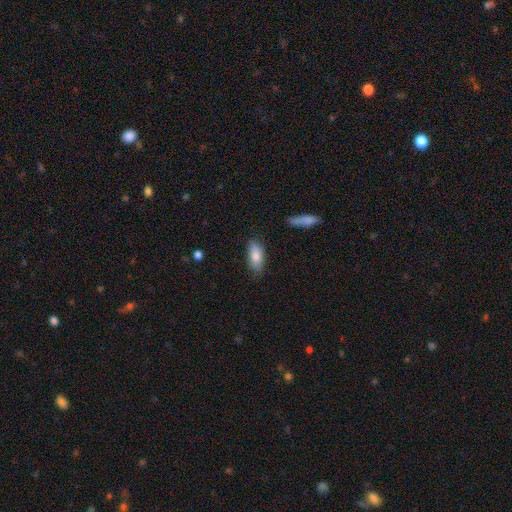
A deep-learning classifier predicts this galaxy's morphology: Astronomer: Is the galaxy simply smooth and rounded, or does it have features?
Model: smooth — 79%.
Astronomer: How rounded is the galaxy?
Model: in between — 80%.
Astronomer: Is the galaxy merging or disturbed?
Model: none — 75%.